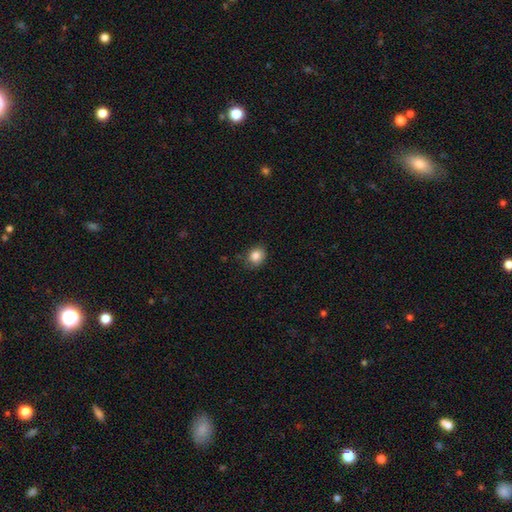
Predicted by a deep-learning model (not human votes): The model was most divided on "how rounded": round: 64%, in between: 35%, cigar-shaped: 1%. More confident: smooth or featured — smooth (85%); merging — none (80%).